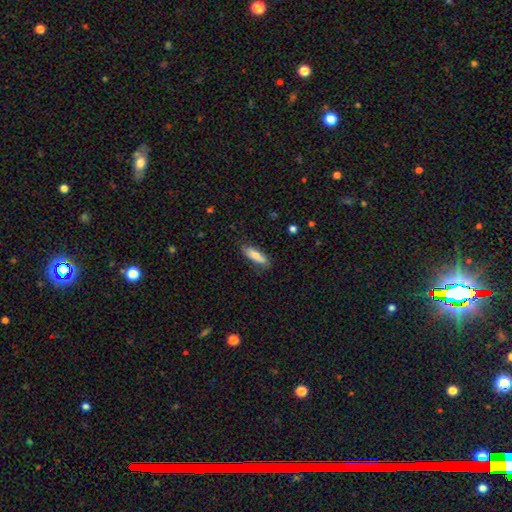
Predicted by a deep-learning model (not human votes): smooth_or_featured: smooth (p=0.78) [alt: featured or disk p=0.15]
how_rounded: cigar-shaped (p=0.55) [alt: in between p=0.44]
merging: none (p=0.78) [alt: minor disturbance p=0.17]